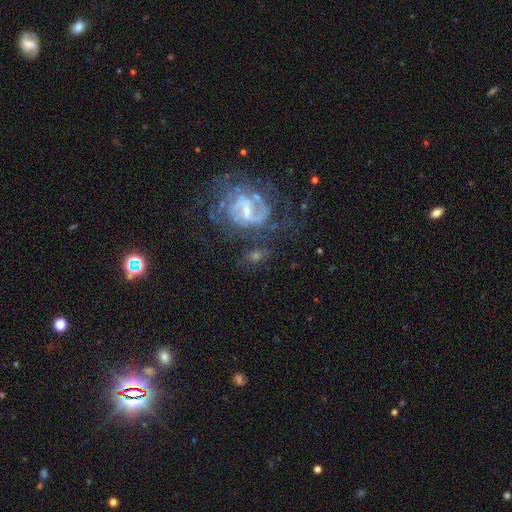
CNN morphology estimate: A featured or disk galaxy (76%) with a weak bar (49%), 2 (64%) medium (46%) spiral arms (87%) and a small central bulge (60%).

Vote fractions:
- Smooth or featured? featured or disk: 76% / smooth: 12% / star or artifact: 11%
- Edge-on disk? no: 96% / yes: 4%
- Bar? weak: 49% / strong: 30% / no: 21%
- Spiral arms? yes: 87% / no: 13%
- Spiral winding? medium: 46% / tight: 31% / loose: 23%
- Spiral arm count? 2: 64% / can't tell: 17% / 3: 7% / 1: 5% / 4: 3% / more than 4: 3%
- Bulge size? small: 60% / moderate: 28% / none: 8% / large: 3% / dominant: 1%
- Merging? none: 50% / major disturbance: 20% / minor disturbance: 20% / merger: 10%